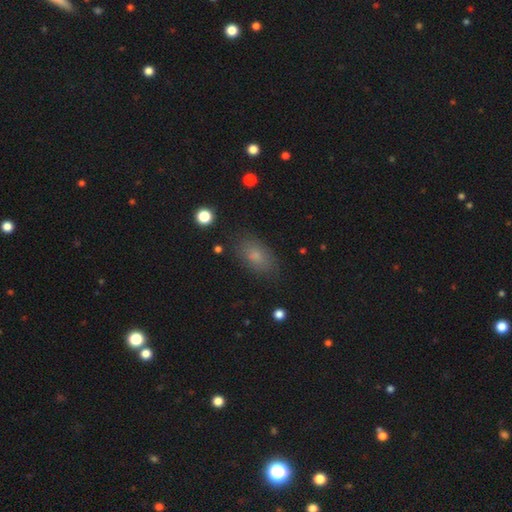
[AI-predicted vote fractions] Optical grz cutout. It shows a smooth galaxy with no disk features (76%) that is in between round and cigar-shaped (89%). Merging: none (81%).